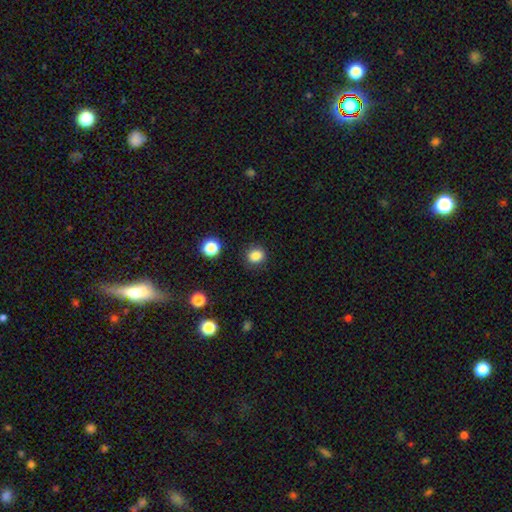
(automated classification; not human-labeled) A smooth galaxy with no disk features (85%) that is round (77%). Merging: none (86%).